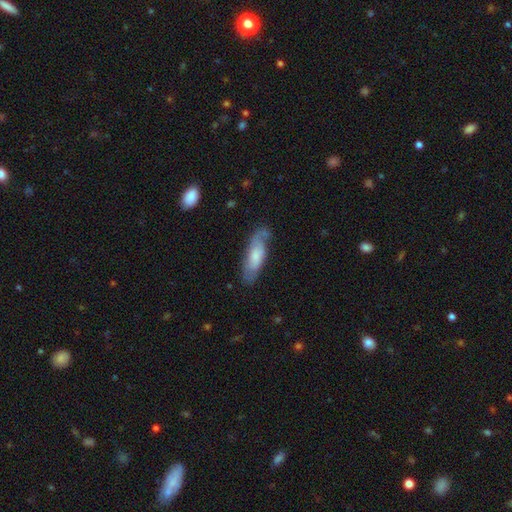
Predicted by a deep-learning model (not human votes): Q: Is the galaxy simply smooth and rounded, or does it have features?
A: smooth — 51%.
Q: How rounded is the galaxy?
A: in between — 60%.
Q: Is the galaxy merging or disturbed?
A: none — 64%.